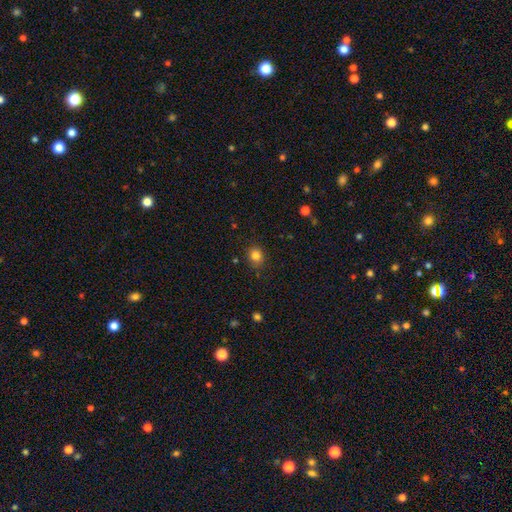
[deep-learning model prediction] smooth-or-featured: smooth: 83% | star or artifact: 12% | featured or disk: 5%
  how-rounded: round: 70% | in between: 29% | cigar-shaped: 1%
  merging: none: 84% | minor disturbance: 11% | major disturbance: 3% | merger: 2%